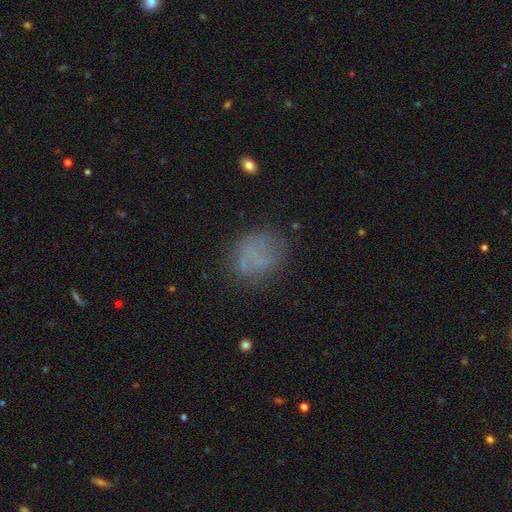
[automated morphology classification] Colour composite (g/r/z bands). It shows a smooth galaxy with no disk features (57%) that is round (55%). Merging: none (63%).